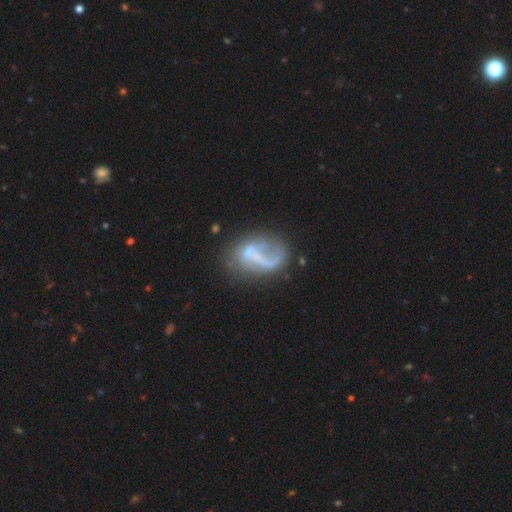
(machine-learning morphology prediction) Smooth or featured? featured or disk (58%)
Edge-on disk? no (96%)
Bar? no (55%)
Spiral arms? yes (54%)
Bulge size? none (63%)
Merging? none (41%)